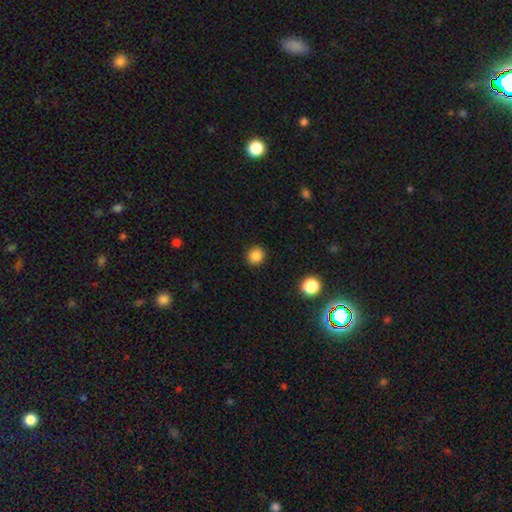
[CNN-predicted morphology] Smooth or featured? smooth (86%)
How rounded? round (83%)
Merging? none (91%)